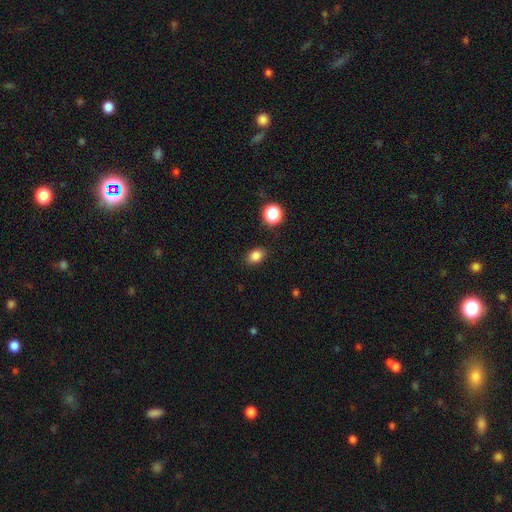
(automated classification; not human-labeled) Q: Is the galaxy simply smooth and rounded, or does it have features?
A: smooth — 83%.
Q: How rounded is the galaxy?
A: in between — 71%.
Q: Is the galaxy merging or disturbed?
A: none — 86%.